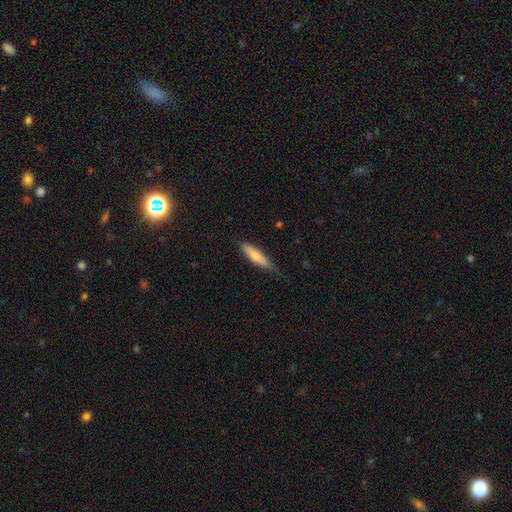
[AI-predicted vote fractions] Smooth or featured? Predicted: smooth (p=0.72). How rounded? Predicted: cigar-shaped (p=0.79). Merging? Predicted: none (p=0.69).